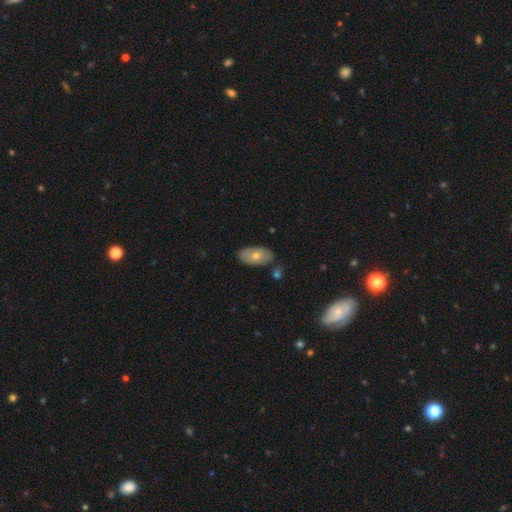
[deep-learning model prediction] smooth_or_featured: smooth (p=0.56) [alt: featured or disk p=0.36]
how_rounded: in between (p=0.93) [alt: round p=0.04]
merging: none (p=0.78) [alt: minor disturbance p=0.15]